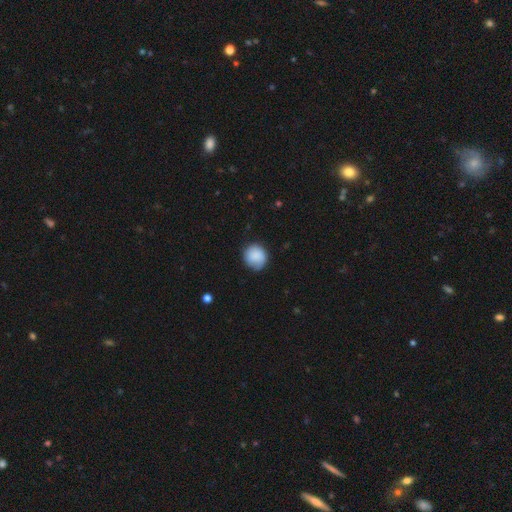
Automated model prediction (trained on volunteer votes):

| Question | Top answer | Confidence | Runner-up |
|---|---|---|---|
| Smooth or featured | smooth | 86% | featured or disk (7%) |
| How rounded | round | 86% | in between (13%) |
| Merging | none | 77% | minor disturbance (18%) |